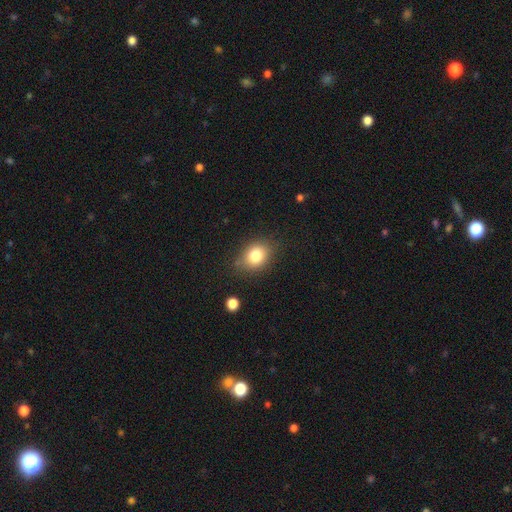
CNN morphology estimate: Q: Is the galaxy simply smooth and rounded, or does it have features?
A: smooth — 81%.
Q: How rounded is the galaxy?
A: in between — 58%.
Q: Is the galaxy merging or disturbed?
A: none — 78%.